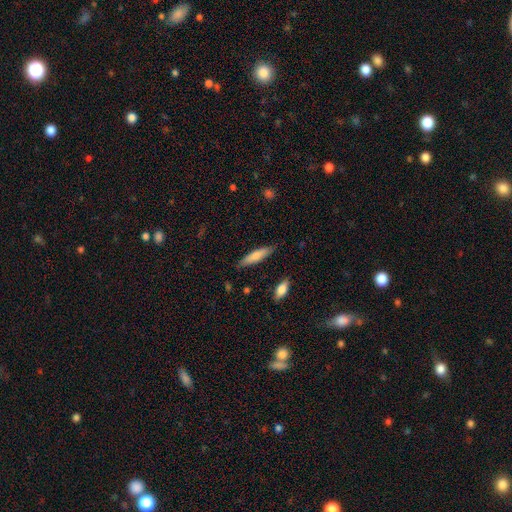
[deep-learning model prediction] smooth 76%, featured or disk 18%, star or artifact 6%. Down the decision tree: how rounded — cigar-shaped (74%); merging — none (84%).